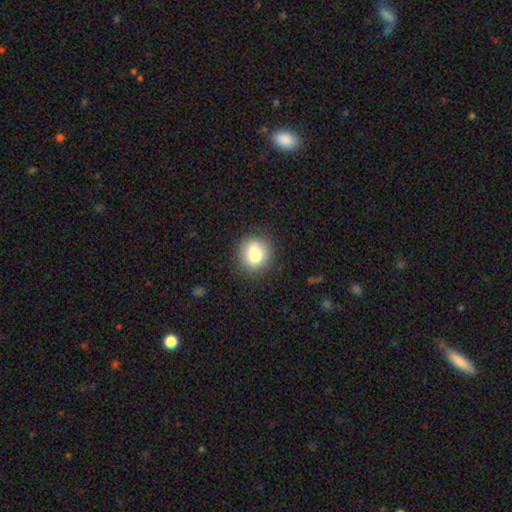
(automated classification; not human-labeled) The model was most divided on "merging": none: 71%, minor disturbance: 15%, merger: 9%, major disturbance: 5%. More confident: how rounded — round (83%); smooth or featured — smooth (77%).